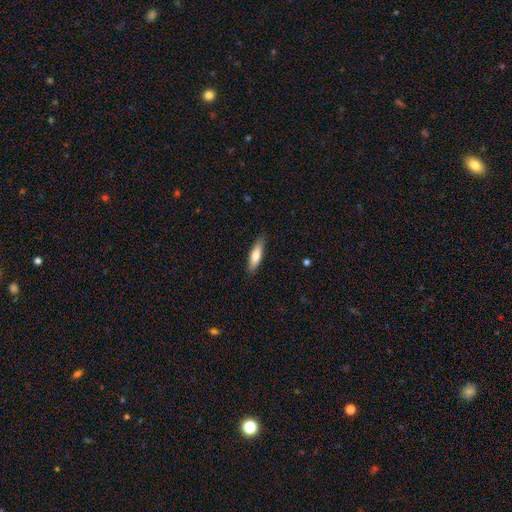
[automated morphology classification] This appears to be a smooth galaxy with no disk features (73%) that is cigar-shaped (67%). Merging: none (86%).